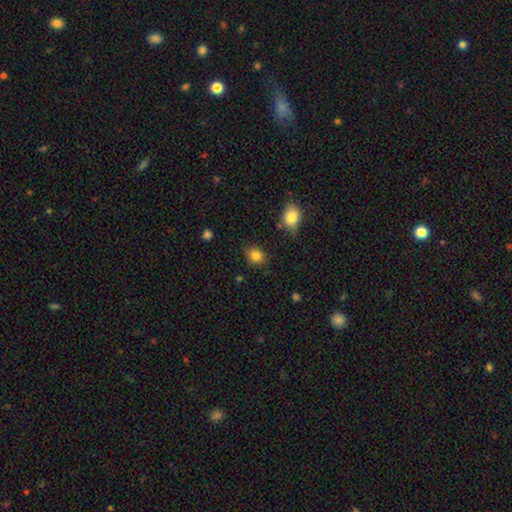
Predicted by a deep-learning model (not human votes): Smooth or featured: smooth — 83% (star or artifact — 10%)
How rounded: in between — 58% (round — 40%)
Merging: none — 80% (minor disturbance — 14%)